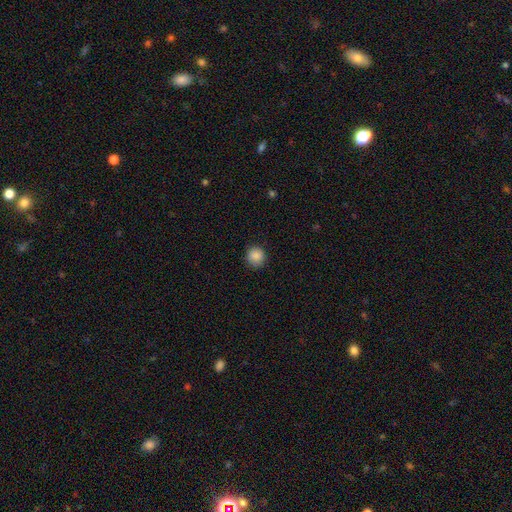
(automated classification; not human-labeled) smooth 88%, star or artifact 9%, featured or disk 3%. Down the decision tree: how rounded — round (91%); merging — none (89%).